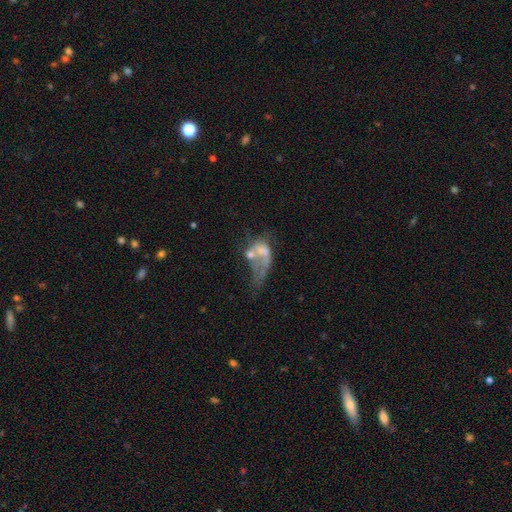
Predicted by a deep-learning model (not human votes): Overall: featured or disk (53%; smooth 34%). Edge-on disk: no (96%). Bar: no (83%). Spiral arms: no (73%). Bulge size: none (43%; small 25%). Merging: major disturbance (41%; merger 33%).